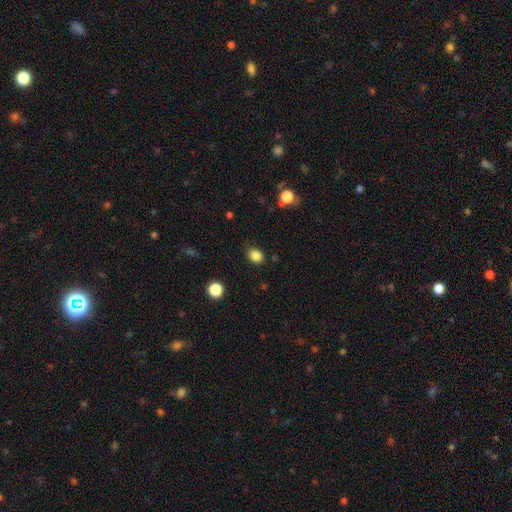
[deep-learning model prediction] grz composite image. It shows a smooth galaxy with no disk features (84%) that is round (53%). Merging: none (83%).